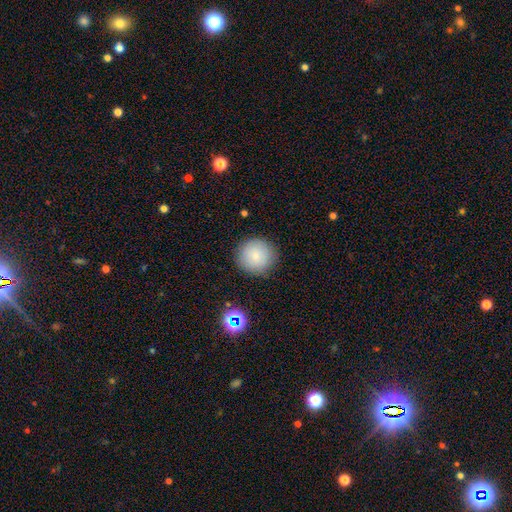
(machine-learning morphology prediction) A smooth galaxy with no disk features (82%) that is round (94%).

Vote fractions:
- Smooth or featured? smooth: 82% / star or artifact: 10% / featured or disk: 9%
- How rounded? round: 94% / in between: 5% / cigar-shaped: 1%
- Merging? none: 88% / minor disturbance: 8% / major disturbance: 2% / merger: 1%